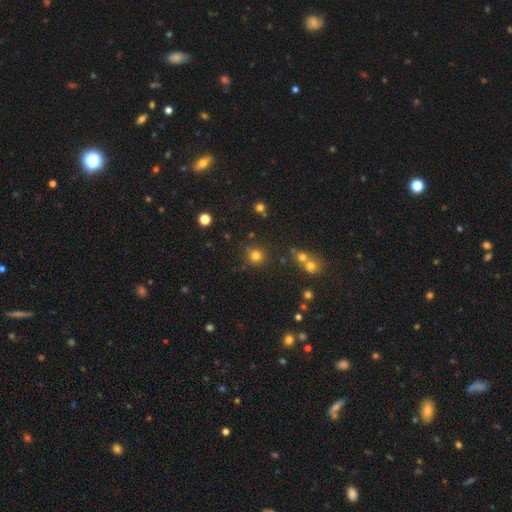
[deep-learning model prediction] Smooth or featured? Predicted: smooth (p=0.77). How rounded? Predicted: round (p=0.92). Merging? Predicted: none (p=0.81).